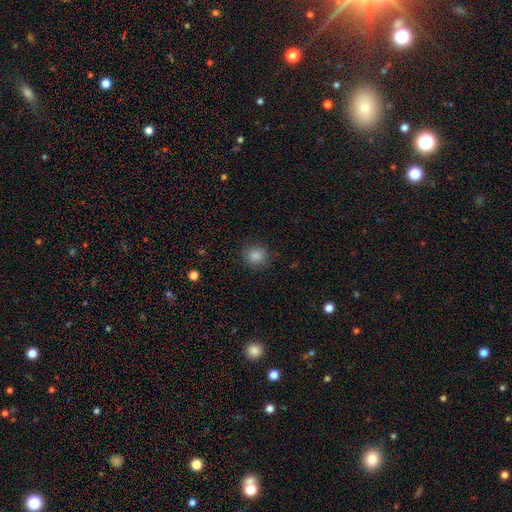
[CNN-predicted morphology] smooth 86%, star or artifact 10%, featured or disk 4%. Down the decision tree: how rounded — round (84%); merging — none (86%).